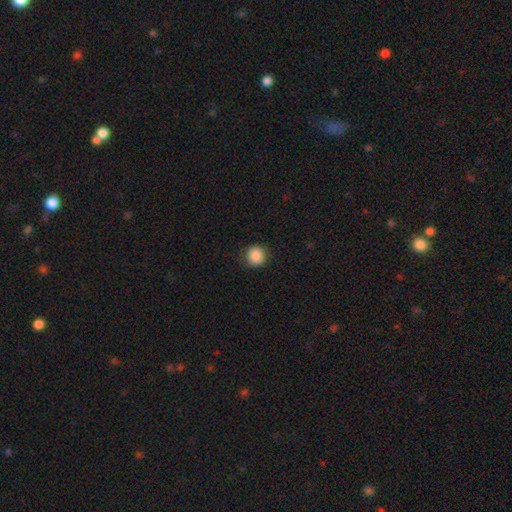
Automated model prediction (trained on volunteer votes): Smooth or featured?
  - smooth: 88% *
  - star or artifact: 9%
  - featured or disk: 3%
How rounded?
  - round: 92% *
  - in between: 7%
  - cigar-shaped: 1%
Merging?
  - none: 86% *
  - minor disturbance: 10%
  - major disturbance: 3%
  - merger: 1%